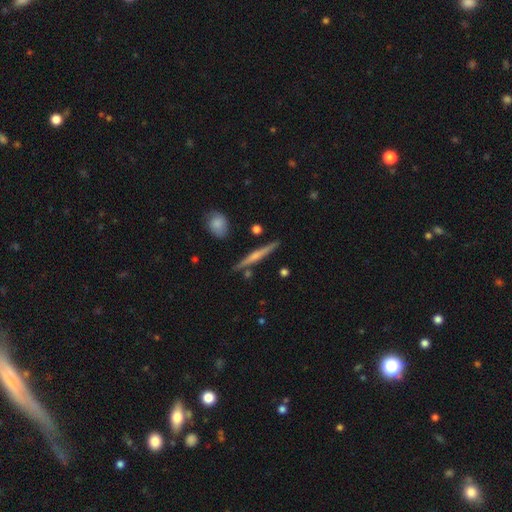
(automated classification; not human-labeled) smooth_or_featured: featured or disk (p=0.58) [alt: smooth p=0.36]
disk_edge_on: yes (p=0.97) [alt: no p=0.03]
edge_on_bulge: rounded (p=0.58) [alt: none p=0.32]
merging: none (p=0.86) [alt: minor disturbance p=0.09]